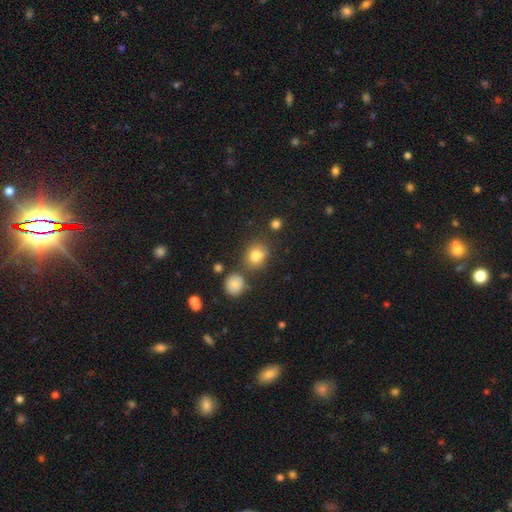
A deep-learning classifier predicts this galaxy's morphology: type=smooth (79%); roundness=round (71%); merging=none (69%).